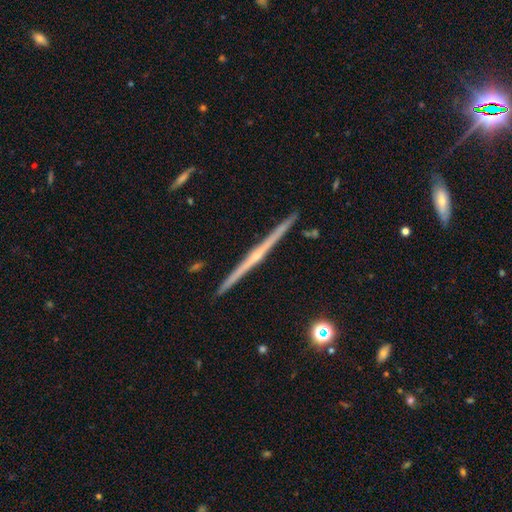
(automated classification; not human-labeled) A featured or disk galaxy (83%) viewed edge-on (99%) with a rounded central bulge (62%).

Vote fractions:
- Smooth or featured? featured or disk: 83% / smooth: 12% / star or artifact: 6%
- Edge-on disk? yes: 99% / no: 1%
- Edge-on bulge? rounded: 62% / none: 32% / boxy: 6%
- Merging? none: 92% / minor disturbance: 5% / merger: 1% / major disturbance: 1%